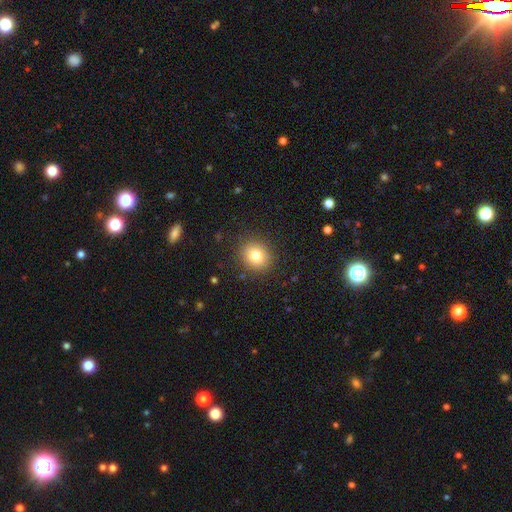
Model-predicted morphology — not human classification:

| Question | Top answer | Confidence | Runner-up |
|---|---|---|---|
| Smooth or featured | smooth | 80% | star or artifact (11%) |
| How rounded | round | 77% | in between (22%) |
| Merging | none | 88% | minor disturbance (8%) |